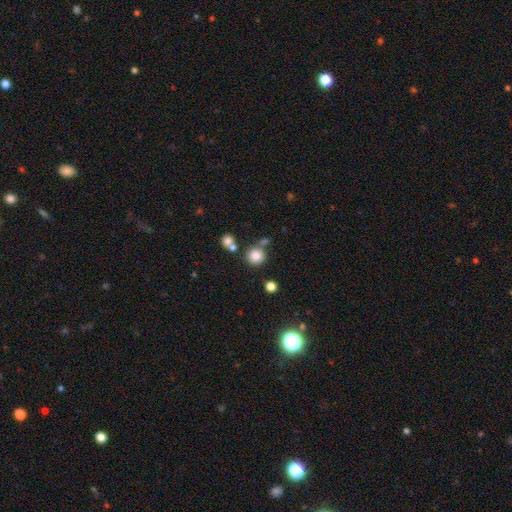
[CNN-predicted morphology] smooth-or-featured: smooth: 82% | star or artifact: 12% | featured or disk: 6%
  how-rounded: round: 91% | in between: 8% | cigar-shaped: 1%
  merging: none: 72% | merger: 15% | minor disturbance: 10% | major disturbance: 4%